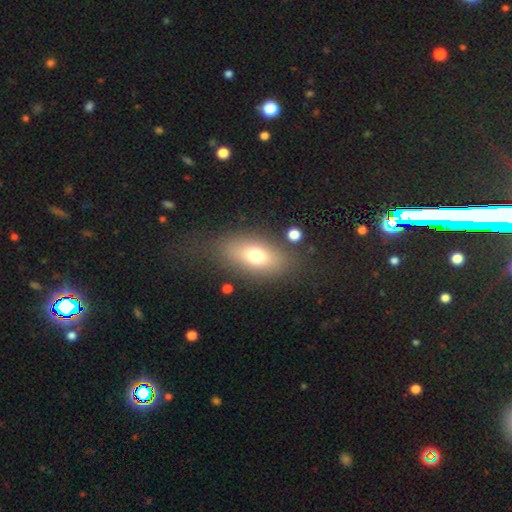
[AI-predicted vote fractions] A smooth galaxy with no disk features (70%) that is in between round and cigar-shaped (82%).

Vote fractions:
- Smooth or featured? smooth: 70% / featured or disk: 18% / star or artifact: 11%
- How rounded? in between: 82% / round: 13% / cigar-shaped: 6%
- Merging? none: 77% / minor disturbance: 12% / major disturbance: 7% / merger: 3%